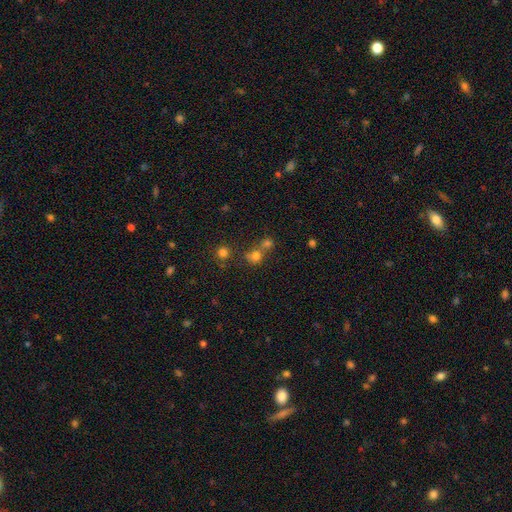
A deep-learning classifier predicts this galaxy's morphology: smooth-or-featured: smooth: 70% | star or artifact: 19% | featured or disk: 10%
  how-rounded: round: 79% | in between: 19% | cigar-shaped: 1%
  merging: none: 44% (tied) | merger: 44% (tied) | minor disturbance: 8% | major disturbance: 5%